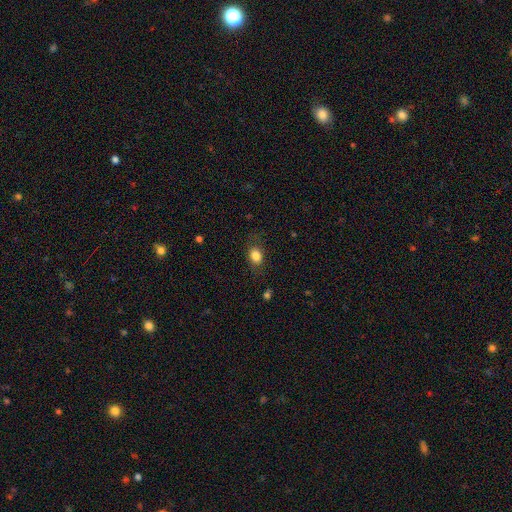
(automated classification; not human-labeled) smooth 84%, star or artifact 10%, featured or disk 6%. Down the decision tree: how rounded — in between (59%); merging — none (75%).